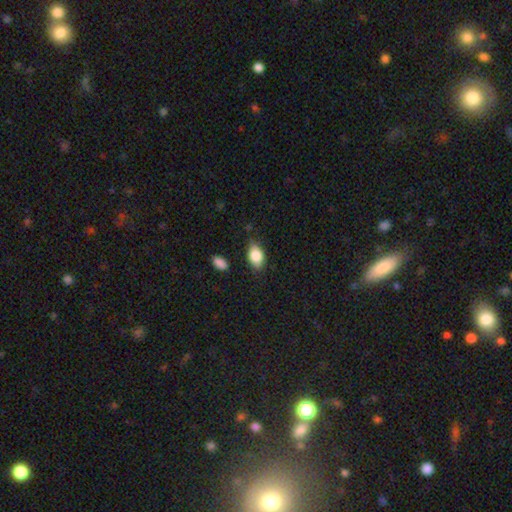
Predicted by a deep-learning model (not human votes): smooth 83%, featured or disk 9%, star or artifact 7%. Down the decision tree: how rounded — in between (88%); merging — none (73%).